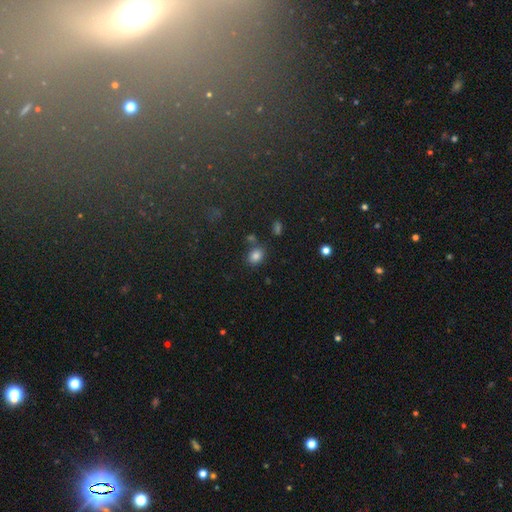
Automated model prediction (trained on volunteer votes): This appears to be a smooth galaxy with no disk features (81%) that is in between round and cigar-shaped (56%). Merging: none (73%).